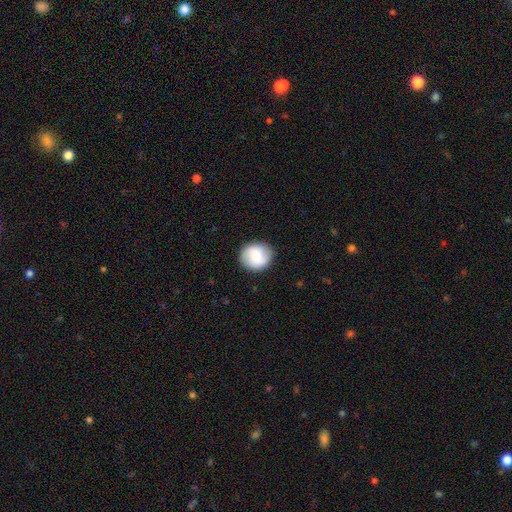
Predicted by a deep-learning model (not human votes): smooth-or-featured: smooth: 71% | featured or disk: 21% | star or artifact: 7%
  how-rounded: round: 82% | in between: 17% | cigar-shaped: 1%
  merging: none: 86% | minor disturbance: 10% | major disturbance: 3% | merger: 1%